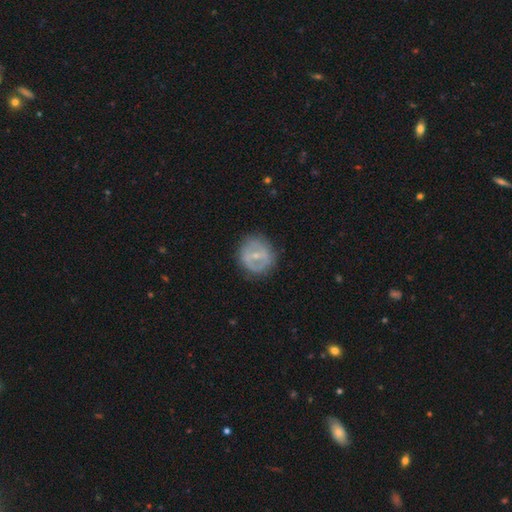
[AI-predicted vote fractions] Smooth or featured? featured or disk (59%)
Edge-on disk? no (95%)
Bar? weak (44%)
Spiral arms? no (65%)
Bulge size? small (59%)
Merging? none (78%)